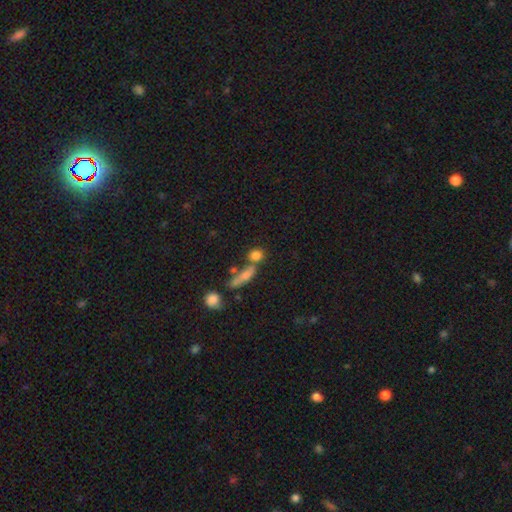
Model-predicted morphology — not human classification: A smooth galaxy with no disk features (77%) that is round (60%). Merging: none (52%).